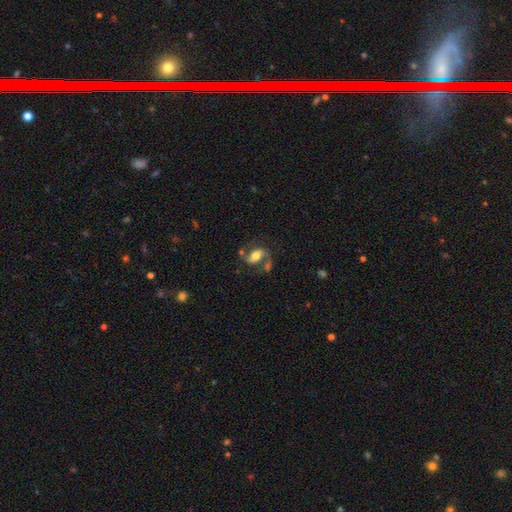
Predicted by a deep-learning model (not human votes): smooth_or_featured: featured or disk (p=0.68) [alt: smooth p=0.24]
disk_edge_on: no (p=0.95) [alt: yes p=0.05]
bar: no (p=0.37) [alt: weak p=0.33]
has_spiral_arms: yes (p=0.89) [alt: no p=0.11]
spiral_winding: medium (p=0.46) [alt: loose p=0.39]
spiral_arm_count: 2 (p=0.84) [alt: 1 p=0.09]
bulge_size: moderate (p=0.61) [alt: large p=0.19]
merging: none (p=0.52) [alt: minor disturbance p=0.17]